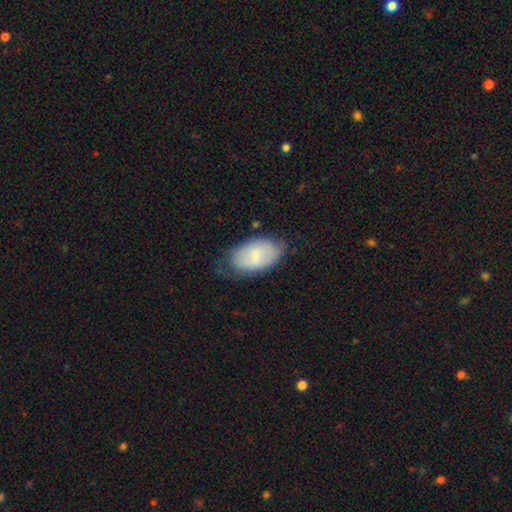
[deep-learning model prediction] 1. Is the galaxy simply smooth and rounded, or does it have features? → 70% smooth, 24% featured or disk, 7% star or artifact.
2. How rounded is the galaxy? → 94% in between, 5% round, 2% cigar-shaped.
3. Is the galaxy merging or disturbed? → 62% none, 28% minor disturbance, 8% major disturbance, 2% merger.